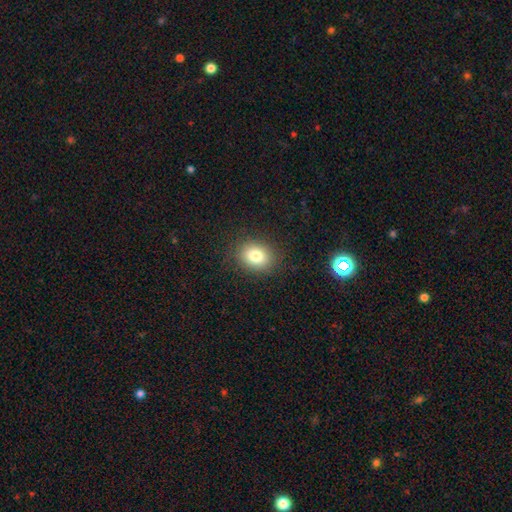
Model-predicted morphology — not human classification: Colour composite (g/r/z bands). It shows a smooth galaxy with no disk features (81%) that is in between round and cigar-shaped (51%). Merging: none (88%).